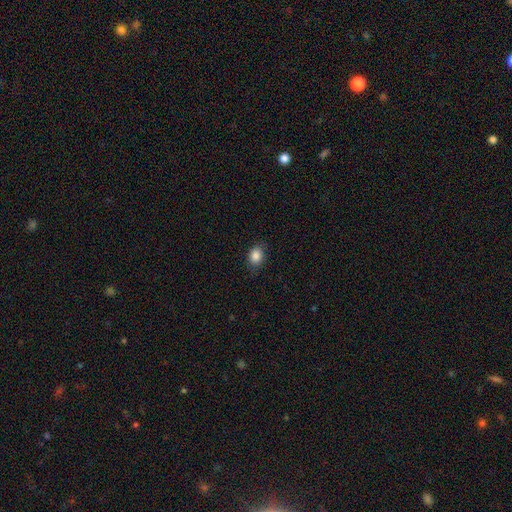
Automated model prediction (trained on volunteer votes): Q: Smooth or featured?
A: smooth (87%); runner-up: star or artifact (9%)
Q: How rounded?
A: in between (60%); runner-up: round (39%)
Q: Merging?
A: none (82%); runner-up: minor disturbance (14%)